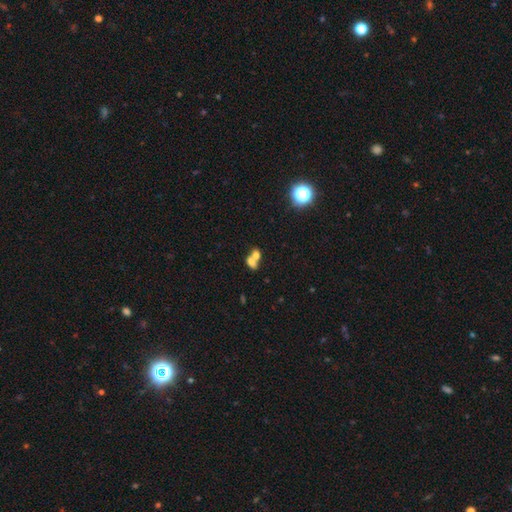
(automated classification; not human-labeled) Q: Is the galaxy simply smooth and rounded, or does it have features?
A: smooth — 69%.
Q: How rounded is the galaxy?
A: in between — 65%.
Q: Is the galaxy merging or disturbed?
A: merger — 71%.